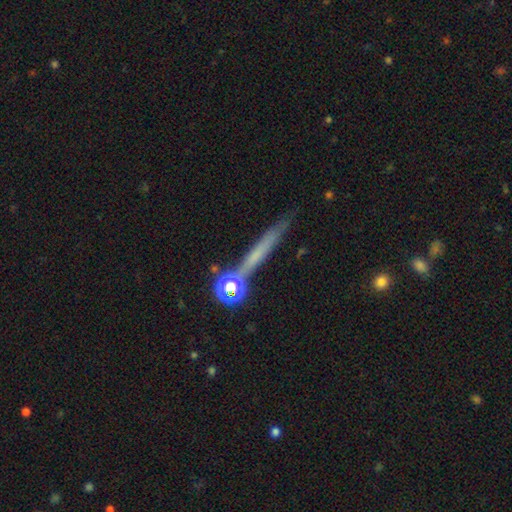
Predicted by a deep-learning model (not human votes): A smooth galaxy with no disk features (45%). Merging: none (76%).